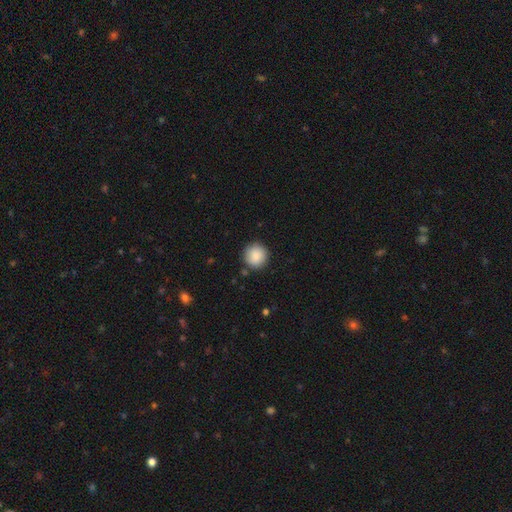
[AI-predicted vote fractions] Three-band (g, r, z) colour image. It shows a smooth galaxy with no disk features (89%) that is round (94%). Merging: none (89%).